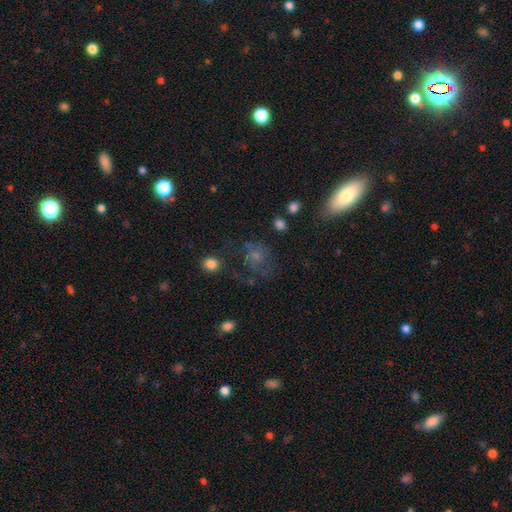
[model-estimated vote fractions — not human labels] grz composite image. It shows a smooth galaxy with no disk features (49%). Merging: none (53%).